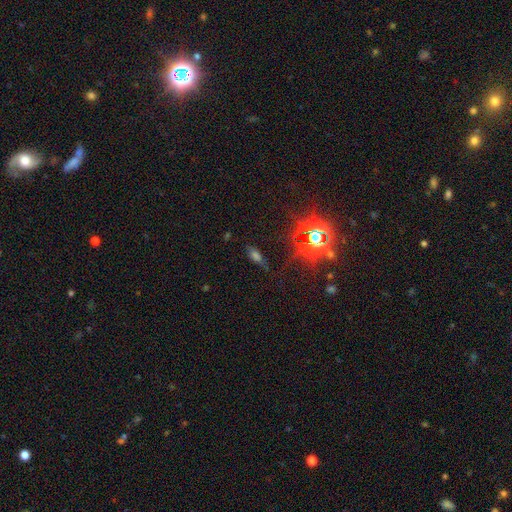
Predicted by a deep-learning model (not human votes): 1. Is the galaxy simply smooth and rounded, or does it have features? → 43% star or artifact, 40% smooth, 17% featured or disk.